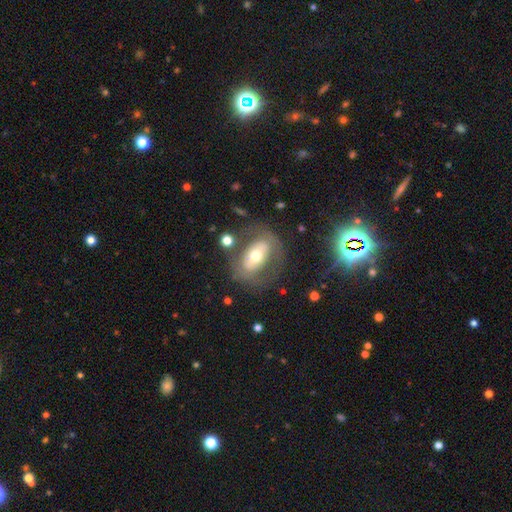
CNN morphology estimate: A featured or disk galaxy (56%) with no bar (46%), no spiral arms (70%) and a moderate central bulge (63%).

Vote fractions:
- Smooth or featured? featured or disk: 56% / smooth: 36% / star or artifact: 8%
- Edge-on disk? no: 90% / yes: 10%
- Bar? no: 46% / strong: 31% / weak: 23%
- Spiral arms? no: 70% / yes: 30%
- Bulge size? moderate: 63% / small: 23% / large: 11% / dominant: 2% / none: 1%
- Merging? none: 64% / minor disturbance: 16% / major disturbance: 14% / merger: 5%